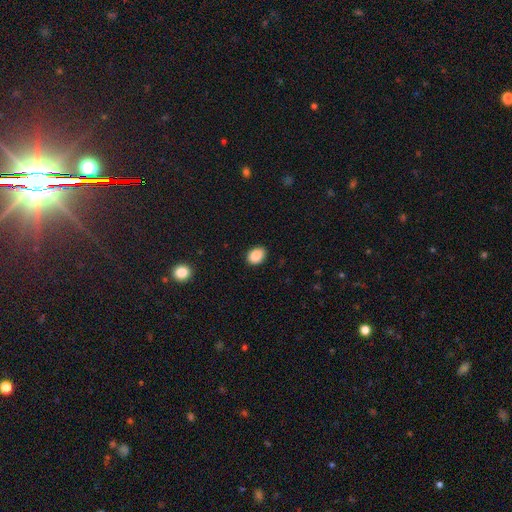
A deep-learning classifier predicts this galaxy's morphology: Smooth or featured?
  - smooth: 88% *
  - star or artifact: 8%
  - featured or disk: 4%
How rounded?
  - in between: 63% *
  - round: 36%
  - cigar-shaped: 1%
Merging?
  - none: 85% *
  - minor disturbance: 12%
  - major disturbance: 2%
  - merger: 1%